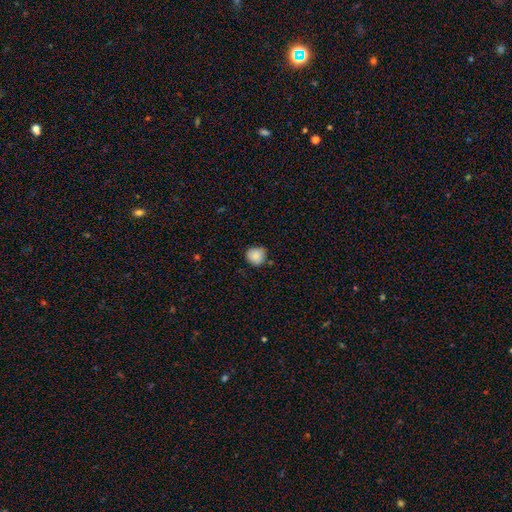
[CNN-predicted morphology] The model was most divided on "merging": none: 74%, minor disturbance: 20%, major disturbance: 3%, merger: 3%. More confident: how rounded — round (89%); smooth or featured — smooth (85%).